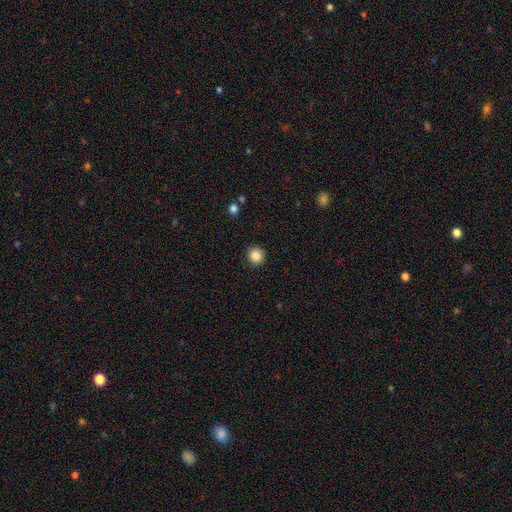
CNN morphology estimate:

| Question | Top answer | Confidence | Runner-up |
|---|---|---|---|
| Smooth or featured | smooth | 87% | star or artifact (10%) |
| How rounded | round | 92% | in between (7%) |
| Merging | none | 91% | minor disturbance (6%) |